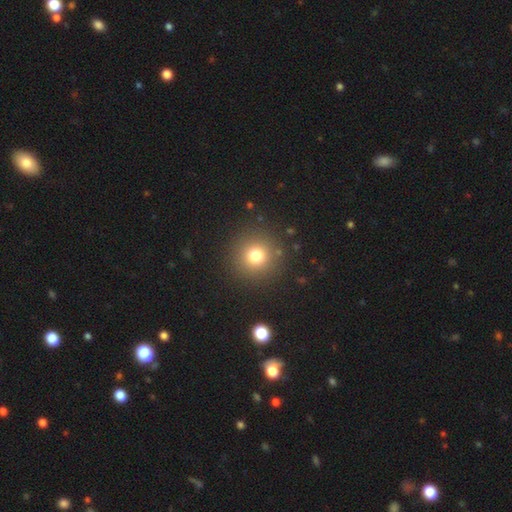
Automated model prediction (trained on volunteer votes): The model was most divided on "smooth or featured": smooth: 76%, star or artifact: 16%, featured or disk: 9%. More confident: how rounded — round (95%); merging — none (89%).